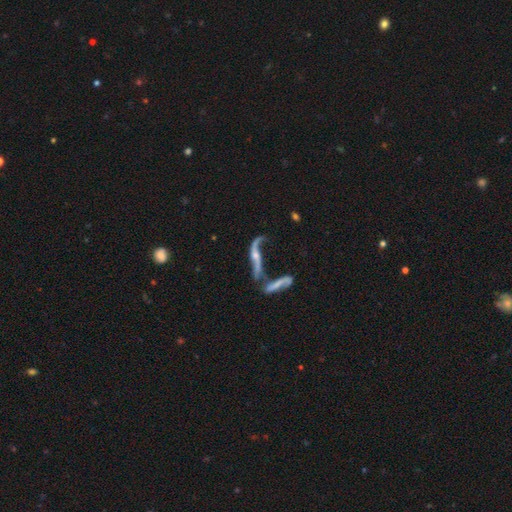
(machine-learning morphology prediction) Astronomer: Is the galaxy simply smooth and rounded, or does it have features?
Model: featured or disk — 76%.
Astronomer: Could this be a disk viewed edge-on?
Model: no — 64%.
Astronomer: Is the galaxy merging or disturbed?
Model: merger — 43% (runner-up: none, 27%).